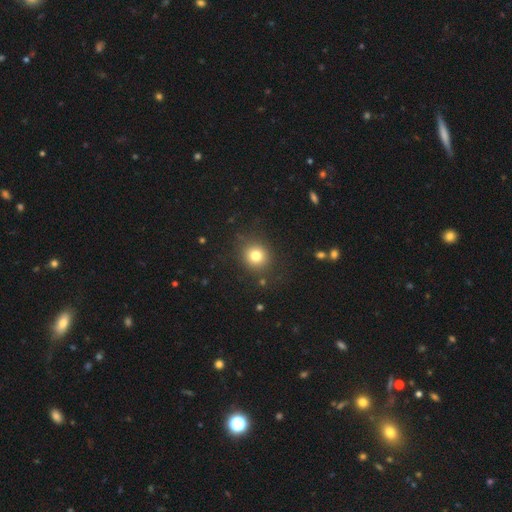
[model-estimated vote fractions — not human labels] Smooth or featured? smooth (78%)
How rounded? round (87%)
Merging? none (86%)